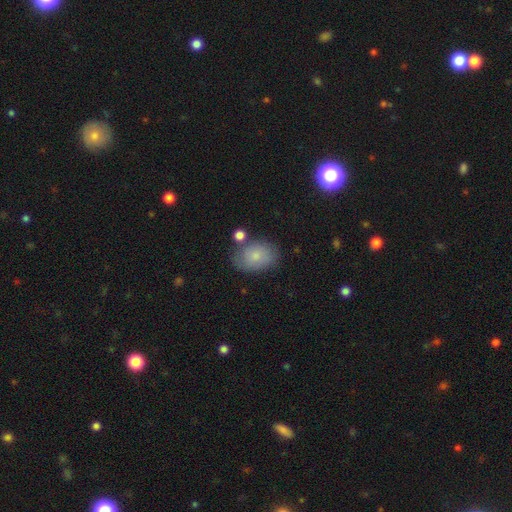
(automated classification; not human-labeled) Morphology: type=smooth (76%); roundness=in between (78%); merging=none (67%).